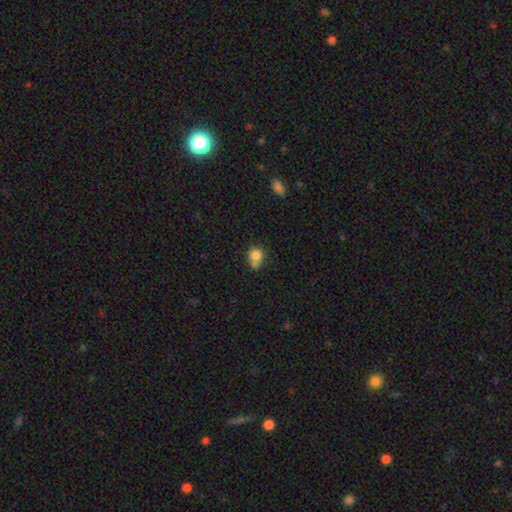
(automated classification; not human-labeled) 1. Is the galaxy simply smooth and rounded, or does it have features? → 80% smooth, 11% star or artifact, 9% featured or disk.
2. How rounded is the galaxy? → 71% round, 28% in between, 1% cigar-shaped.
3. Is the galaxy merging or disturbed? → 41% none, 33% merger, 19% minor disturbance, 7% major disturbance.